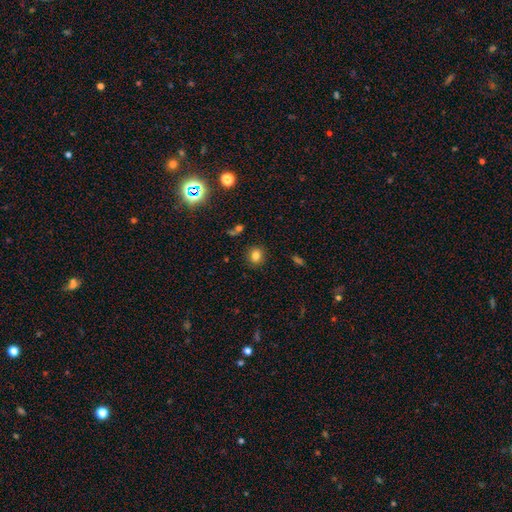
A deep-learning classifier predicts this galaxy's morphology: Smooth or featured: smooth — 81% (star or artifact — 13%)
How rounded: round — 77% (in between — 22%)
Merging: none — 88% (minor disturbance — 8%)